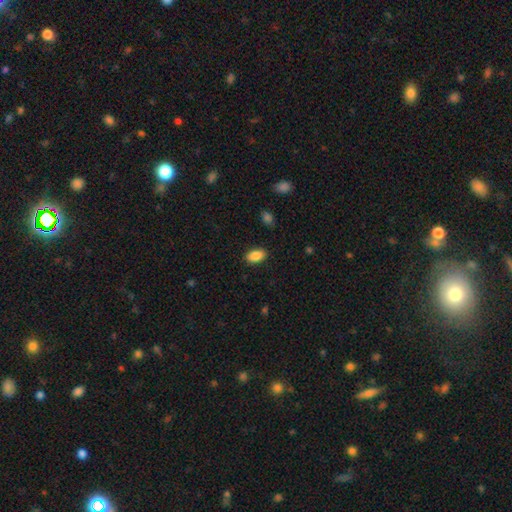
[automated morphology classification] type=smooth (88%); roundness=in between (92%); merging=none (88%).